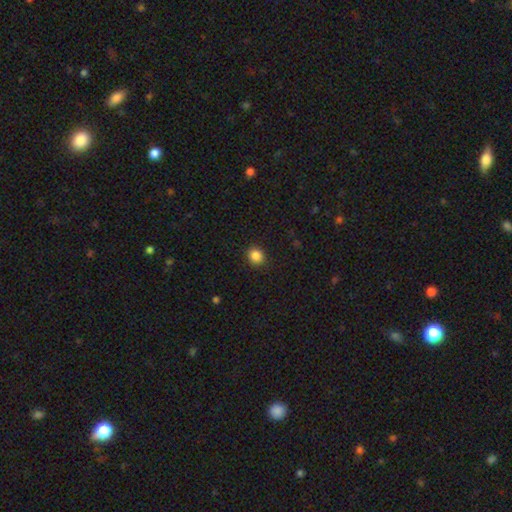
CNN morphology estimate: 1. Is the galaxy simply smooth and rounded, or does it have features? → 86% smooth, 11% star or artifact, 4% featured or disk.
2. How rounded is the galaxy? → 82% round, 17% in between, 1% cigar-shaped.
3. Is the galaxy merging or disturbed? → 90% none, 7% minor disturbance, 2% major disturbance, 1% merger.